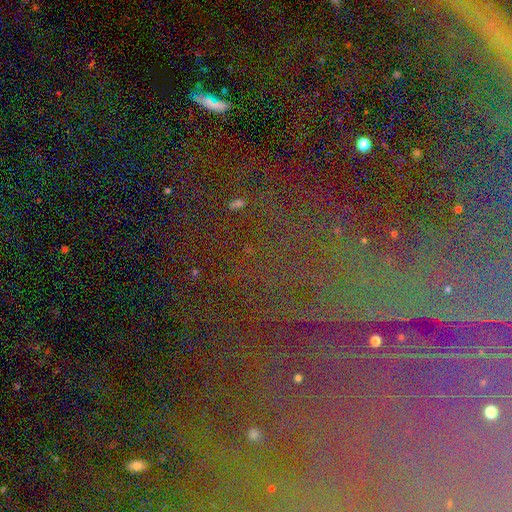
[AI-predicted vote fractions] The model was most divided on "smooth or featured": star or artifact: 76%, featured or disk: 13%, smooth: 11%.